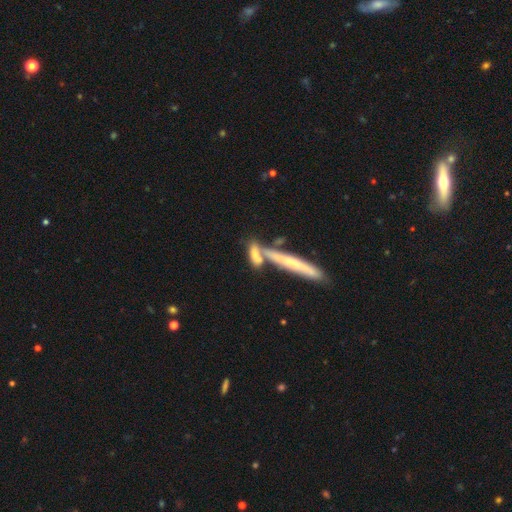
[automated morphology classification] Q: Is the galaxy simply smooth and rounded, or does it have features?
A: smooth — 66%.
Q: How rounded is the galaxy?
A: cigar-shaped — 65%.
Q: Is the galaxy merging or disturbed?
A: none — 45%.